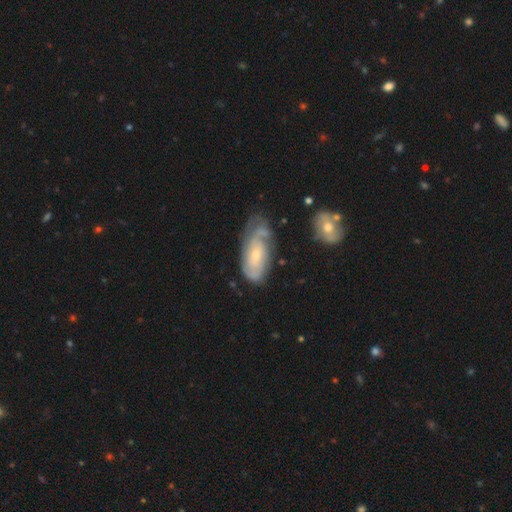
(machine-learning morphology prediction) smooth-or-featured: featured or disk: 70% | smooth: 24% | star or artifact: 6%
  disk-edge-on: no: 93% | yes: 7%
    bar: no: 72% | weak: 24% | strong: 4%
    has-spiral-arms: yes: 87% | no: 13%
      spiral-winding: tight: 60% | medium: 29% | loose: 11%
      spiral-arm-count: can't tell: 45% | 2: 30% | 3: 10% | 1: 9% | 4: 4% | more than 4: 3%
    bulge-size: small: 64% | moderate: 31% | none: 2% | large: 2% | dominant: 1%
  merging: none: 52% | minor disturbance: 29% | major disturbance: 14% | merger: 5%